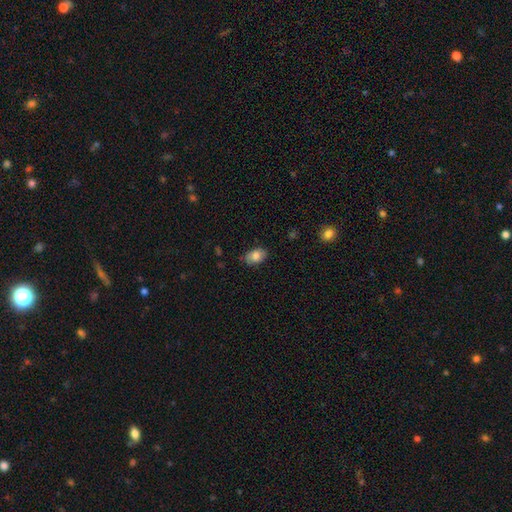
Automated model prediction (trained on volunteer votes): A smooth galaxy with no disk features (82%) that is in between round and cigar-shaped (87%). Merging: none (82%).